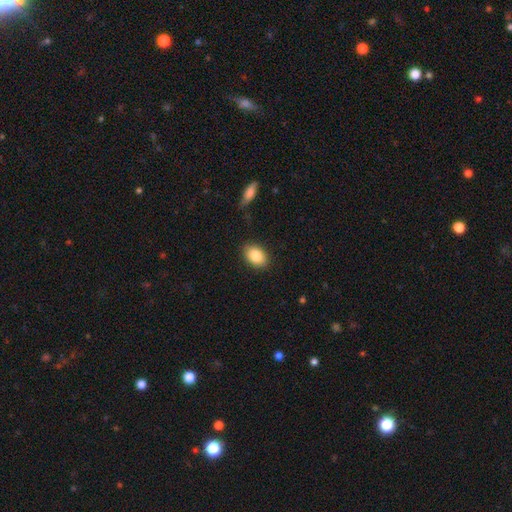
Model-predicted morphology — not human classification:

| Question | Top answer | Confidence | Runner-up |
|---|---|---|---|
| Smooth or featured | smooth | 85% | featured or disk (8%) |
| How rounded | in between | 83% | round (15%) |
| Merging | none | 87% | minor disturbance (9%) |